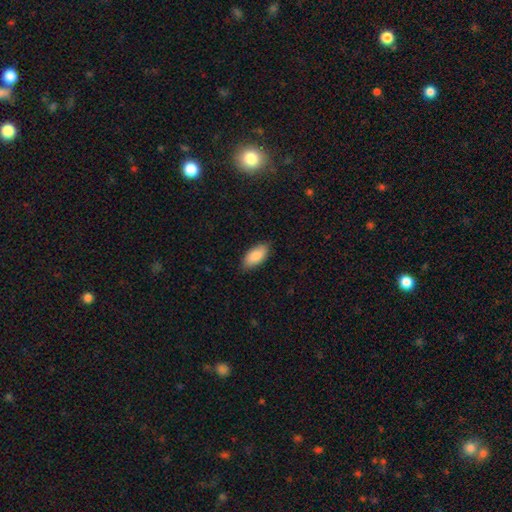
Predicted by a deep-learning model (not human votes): Smooth or featured? Predicted: smooth (p=0.87). How rounded? Predicted: in between (p=0.92). Merging? Predicted: none (p=0.84).